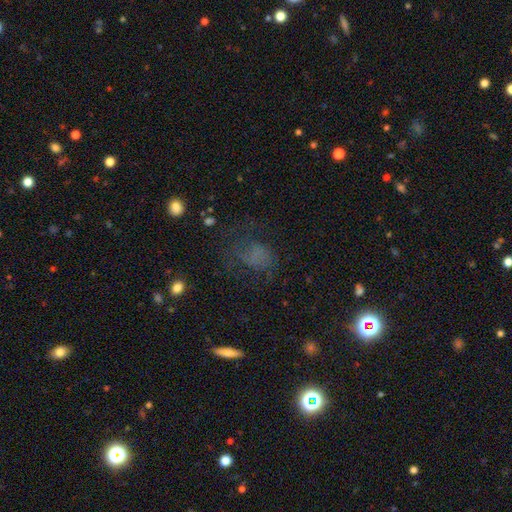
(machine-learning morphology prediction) Smooth or featured? Predicted: smooth (p=0.47). Merging? Predicted: none (p=0.49).